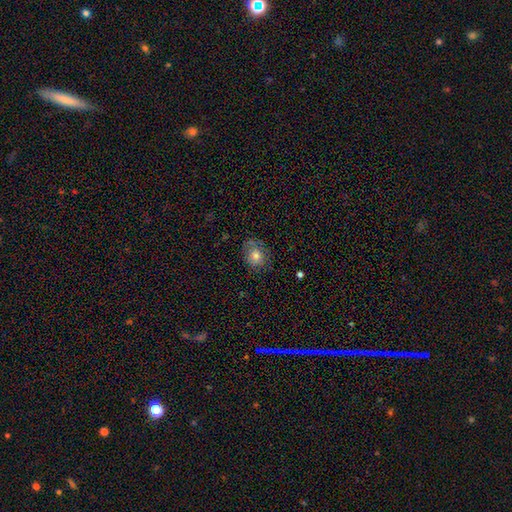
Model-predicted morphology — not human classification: This appears to be a smooth galaxy with no disk features (65%) that is round (62%). Merging: none (71%).